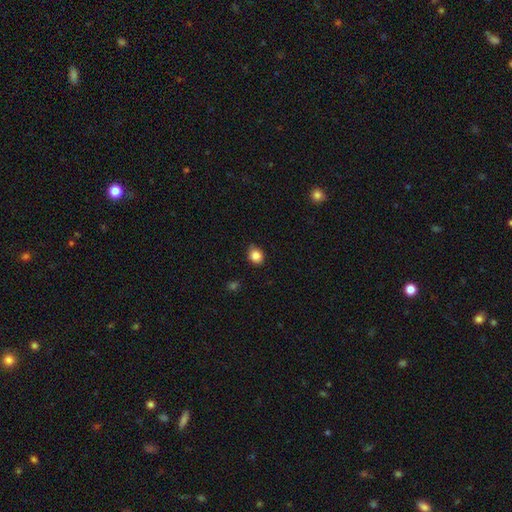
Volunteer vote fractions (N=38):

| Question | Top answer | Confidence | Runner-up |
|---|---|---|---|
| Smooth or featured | smooth | 84% | featured or disk (11%) |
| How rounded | round | 62% | in between (38%) |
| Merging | none | 78% | minor disturbance (19%) |